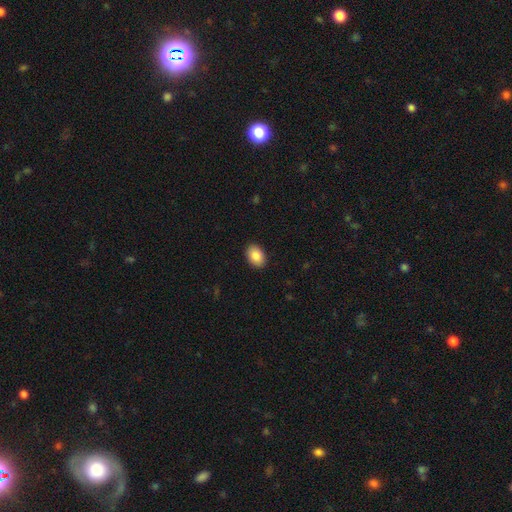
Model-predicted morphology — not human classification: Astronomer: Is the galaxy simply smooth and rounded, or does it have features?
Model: smooth — 88%.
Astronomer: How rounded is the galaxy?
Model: in between — 82%.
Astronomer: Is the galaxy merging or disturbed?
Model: none — 90%.